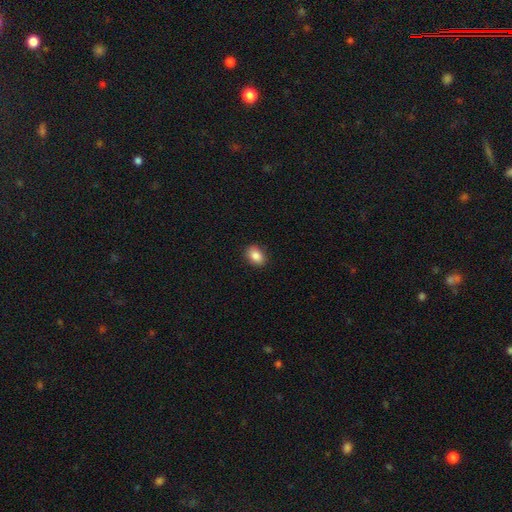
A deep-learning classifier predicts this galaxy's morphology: type=smooth (87%); roundness=in between (79%); merging=none (88%).